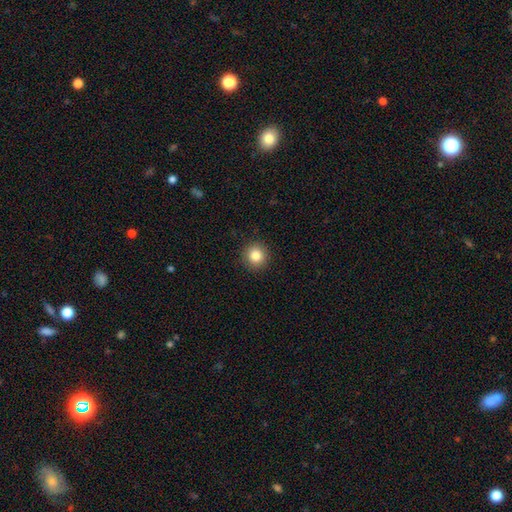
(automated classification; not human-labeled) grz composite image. It shows a smooth galaxy with no disk features (84%) that is round (94%). Merging: none (92%).